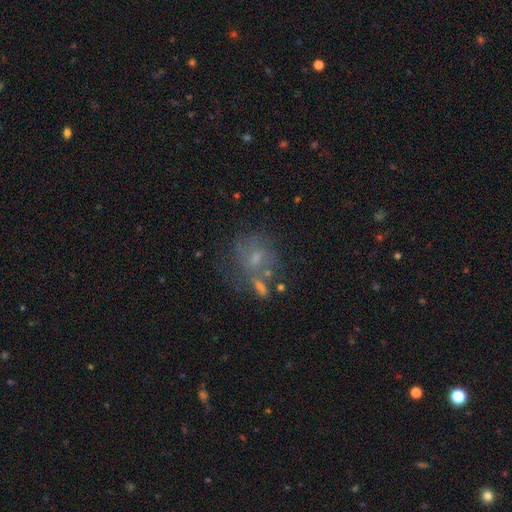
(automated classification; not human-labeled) This is possibly a featured or disk galaxy (50%). Merging: possibly none (47%).